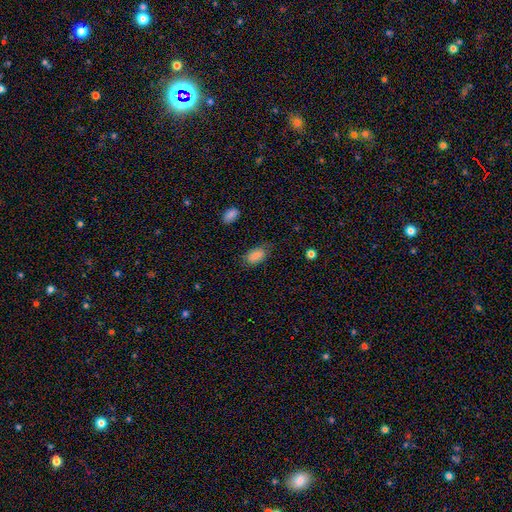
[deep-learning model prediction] Morphology: type=smooth (86%); roundness=in between (92%); merging=none (65%).